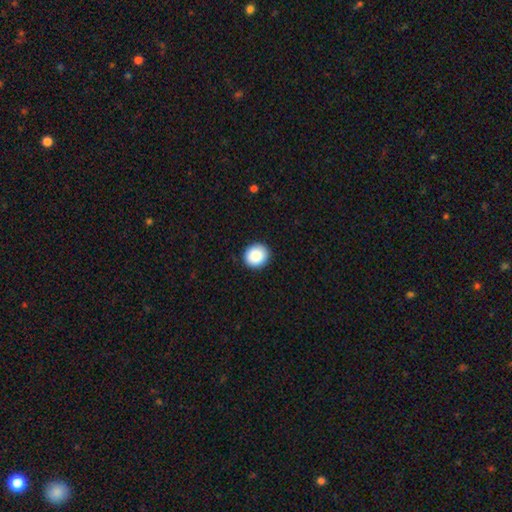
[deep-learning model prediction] This appears to be a smooth galaxy with no disk features (88%) that is round (80%). Merging: none (91%).